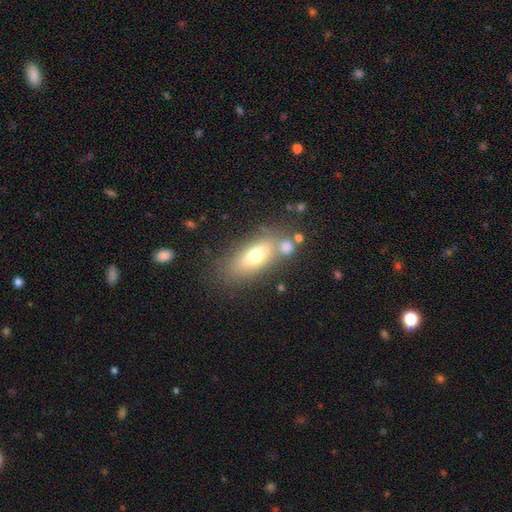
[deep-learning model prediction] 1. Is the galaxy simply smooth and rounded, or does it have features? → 66% smooth, 25% featured or disk, 9% star or artifact.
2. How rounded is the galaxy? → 72% in between, 23% cigar-shaped, 4% round.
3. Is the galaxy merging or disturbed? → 61% none, 18% merger, 14% minor disturbance, 6% major disturbance.